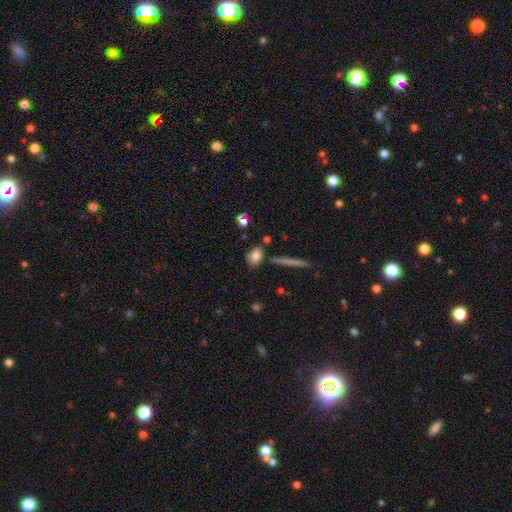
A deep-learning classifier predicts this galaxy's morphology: smooth 78%, featured or disk 13%, star or artifact 9%. Down the decision tree: how rounded — in between (71%); merging — none (68%).